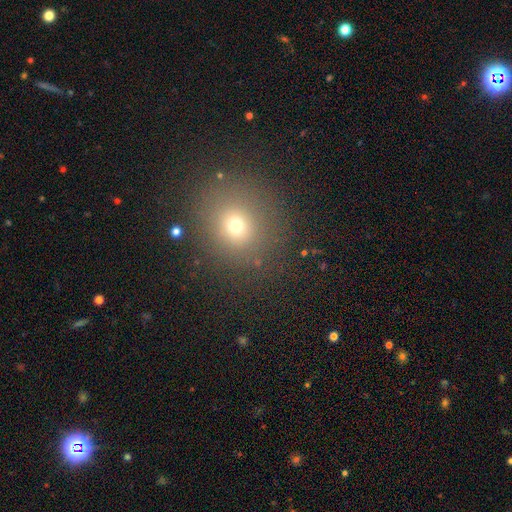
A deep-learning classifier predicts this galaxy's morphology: This is likely a smooth galaxy (63%). How rounded: clearly round (86%). Merging: clearly none (90%).